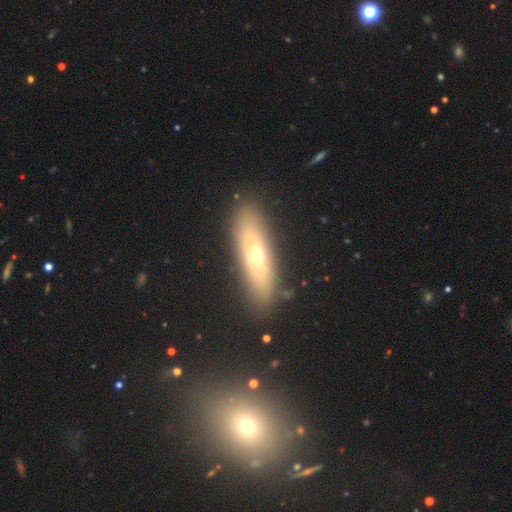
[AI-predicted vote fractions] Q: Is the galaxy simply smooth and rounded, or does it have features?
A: smooth — 54%.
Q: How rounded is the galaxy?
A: cigar-shaped — 50%.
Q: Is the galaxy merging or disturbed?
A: none — 86%.